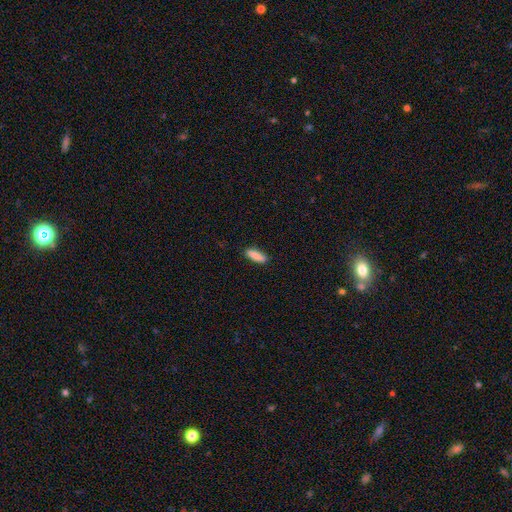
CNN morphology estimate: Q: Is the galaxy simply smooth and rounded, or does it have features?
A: smooth — 87%.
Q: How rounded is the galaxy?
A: cigar-shaped — 54%.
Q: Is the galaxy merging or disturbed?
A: none — 87%.